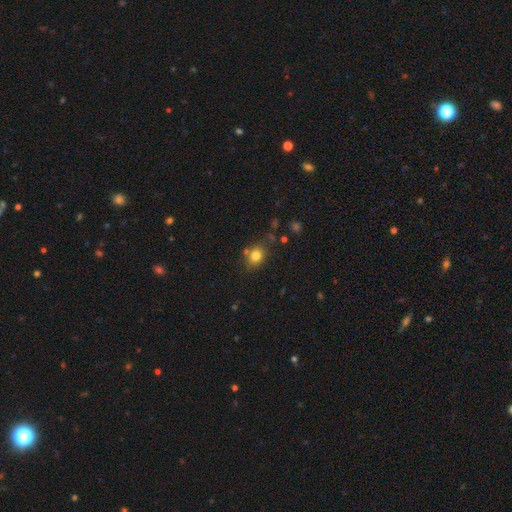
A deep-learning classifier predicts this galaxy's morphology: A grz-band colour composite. It shows a smooth galaxy with no disk features (81%) that is round (63%). Merging: none (72%).